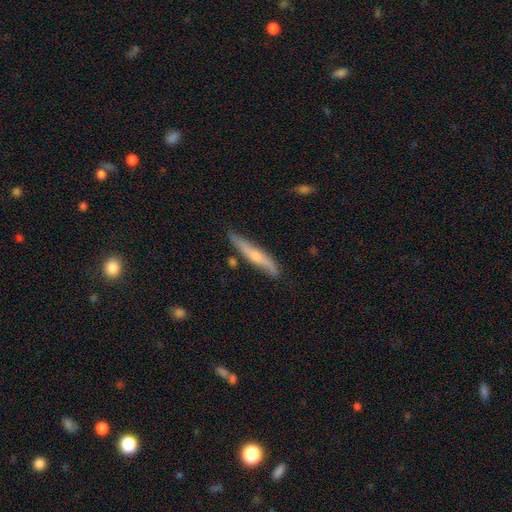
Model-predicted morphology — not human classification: Smooth or featured? featured or disk (52%)
Edge-on disk? yes (81%)
Merging? none (74%)